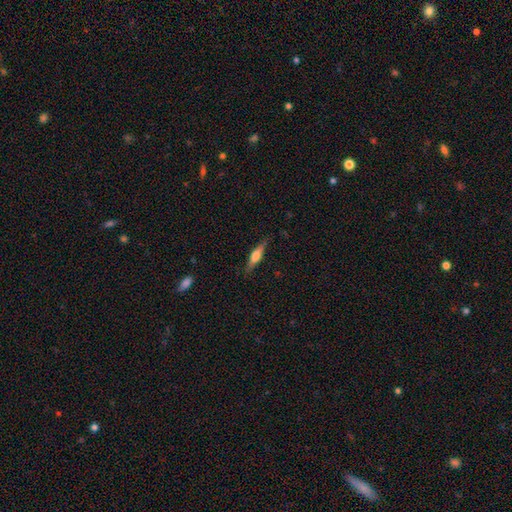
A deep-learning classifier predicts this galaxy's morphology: This appears to be a featured or disk galaxy (49%). Merging: none (83%).